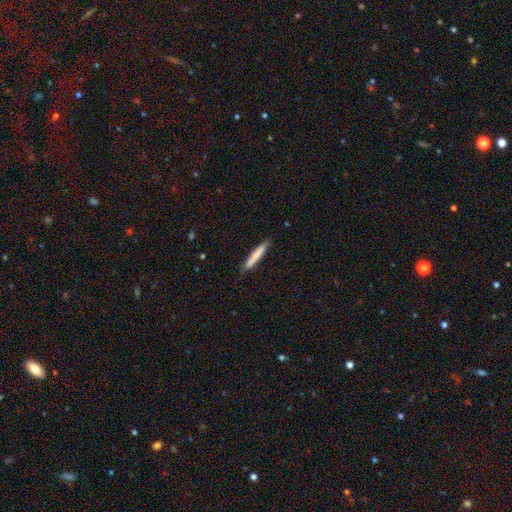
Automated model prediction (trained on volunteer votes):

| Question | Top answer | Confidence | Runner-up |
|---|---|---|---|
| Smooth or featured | smooth | 78% | featured or disk (17%) |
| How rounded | cigar-shaped | 95% | in between (4%) |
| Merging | none | 87% | minor disturbance (10%) |